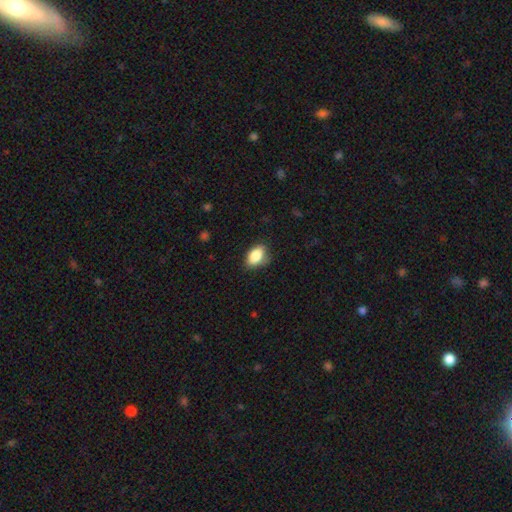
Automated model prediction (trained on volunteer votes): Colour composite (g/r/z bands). It shows a smooth galaxy with no disk features (86%) that is in between round and cigar-shaped (89%). Merging: none (75%).